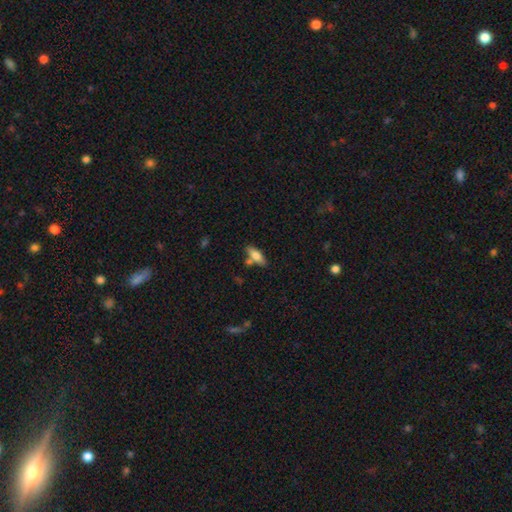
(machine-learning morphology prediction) smooth-or-featured: smooth: 77% | featured or disk: 16% | star or artifact: 7%
  how-rounded: in between: 68% | cigar-shaped: 29% | round: 3%
  merging: none: 66% | merger: 16% | minor disturbance: 14% | major disturbance: 4%